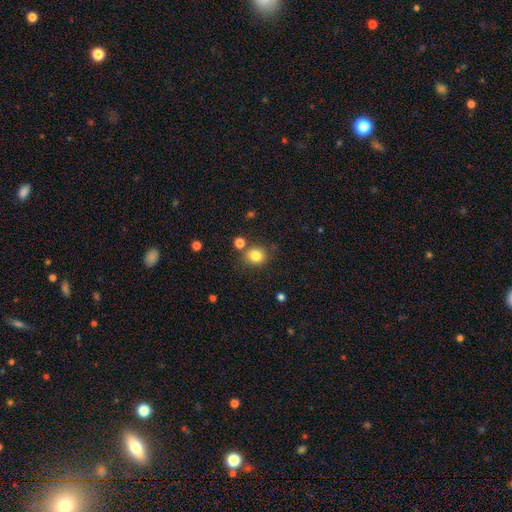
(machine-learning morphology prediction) Smooth or featured? smooth (82%)
How rounded? round (79%)
Merging? none (77%)